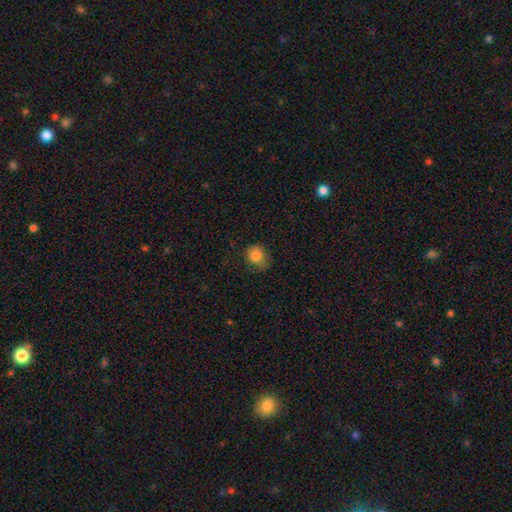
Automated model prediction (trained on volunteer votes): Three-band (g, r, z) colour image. It shows a smooth galaxy with no disk features (82%) that is round (72%). Merging: none (67%).